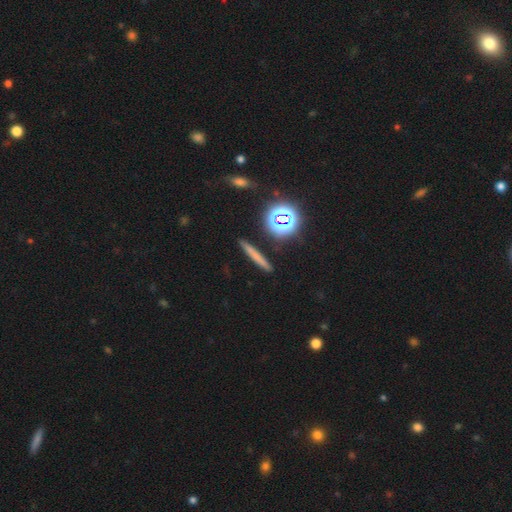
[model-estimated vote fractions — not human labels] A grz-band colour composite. It shows a smooth galaxy with no disk features (61%) that is cigar-shaped (89%). Merging: none (89%).